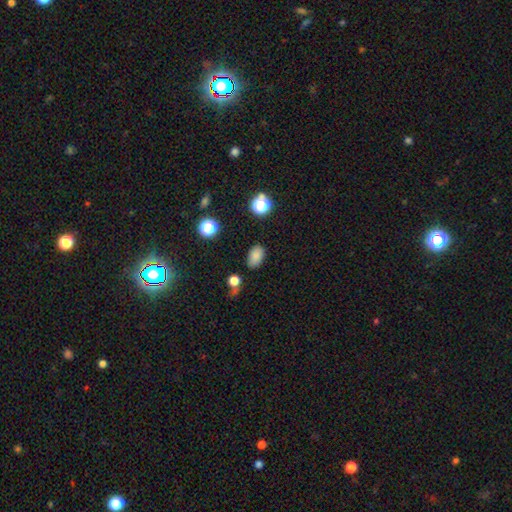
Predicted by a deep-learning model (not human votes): smooth 83%, star or artifact 12%, featured or disk 5%. Down the decision tree: how rounded — in between (87%); merging — none (81%).